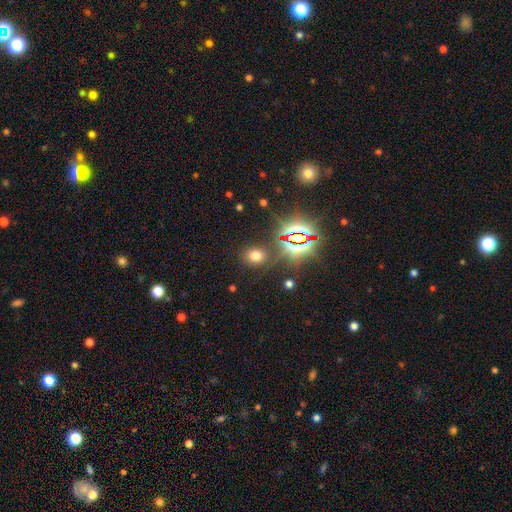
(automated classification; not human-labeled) The model was most divided on "how rounded": round: 56%, in between: 43%, cigar-shaped: 1%. More confident: merging — none (84%); smooth or featured — smooth (62%).